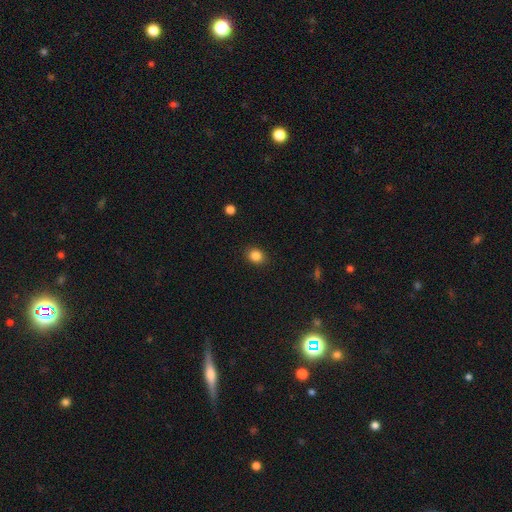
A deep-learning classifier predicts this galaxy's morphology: A smooth galaxy with no disk features (85%) that is round (61%). Merging: none (89%).